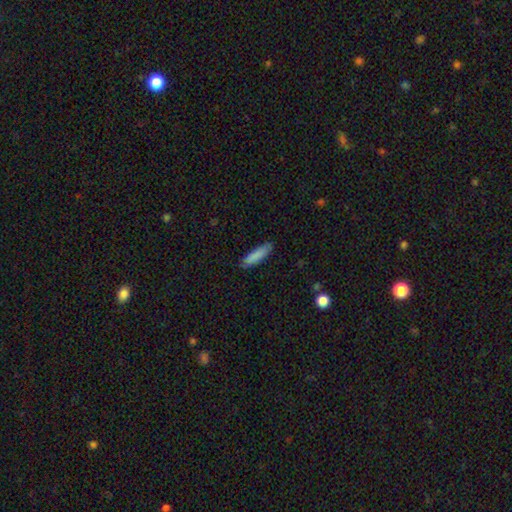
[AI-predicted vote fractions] Smooth or featured?
  - smooth: 86% *
  - featured or disk: 8%
  - star or artifact: 6%
How rounded?
  - cigar-shaped: 72% *
  - in between: 27%
  - round: 1%
Merging?
  - none: 80% *
  - minor disturbance: 16%
  - major disturbance: 3%
  - merger: 1%